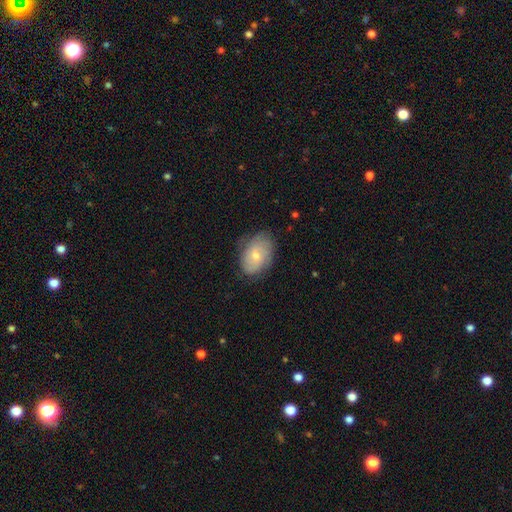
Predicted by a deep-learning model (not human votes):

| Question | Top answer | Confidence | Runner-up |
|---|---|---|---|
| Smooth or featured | smooth | 58% | featured or disk (35%) |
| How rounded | in between | 83% | round (15%) |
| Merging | none | 70% | minor disturbance (23%) |